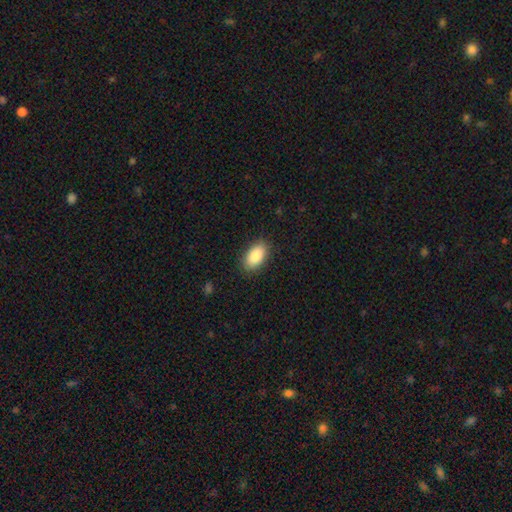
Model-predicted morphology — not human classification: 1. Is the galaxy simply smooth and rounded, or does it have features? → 87% smooth, 7% star or artifact, 6% featured or disk.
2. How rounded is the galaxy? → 94% in between, 4% round, 3% cigar-shaped.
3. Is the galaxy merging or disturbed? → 87% none, 9% minor disturbance, 2% major disturbance, 1% merger.